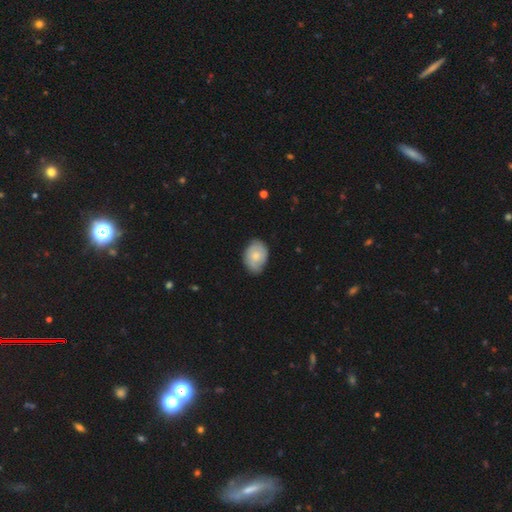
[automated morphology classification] Overall: smooth (72%). How rounded: in between (76%). Merging: none (71%).